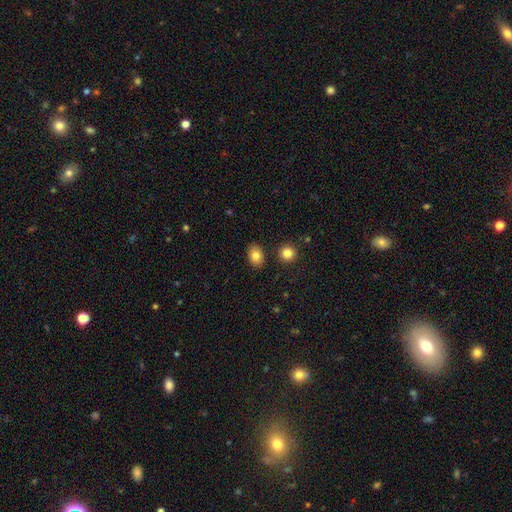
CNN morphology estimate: Overall: smooth (82%). How rounded: in between (74%). Merging: none (86%).